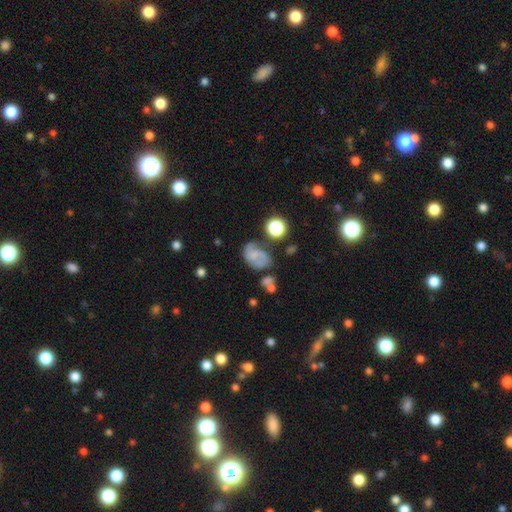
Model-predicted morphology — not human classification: Q: Smooth or featured?
A: featured or disk (55%); runner-up: smooth (33%)
Q: Edge-on disk?
A: no (98%); runner-up: yes (2%)
Q: Bar?
A: no (62%); runner-up: weak (30%)
Q: Spiral arms?
A: yes (83%); runner-up: no (17%)
Q: Bulge size?
A: none (55%); runner-up: small (27%)
Q: Merging?
A: none (43%); runner-up: minor disturbance (26%)